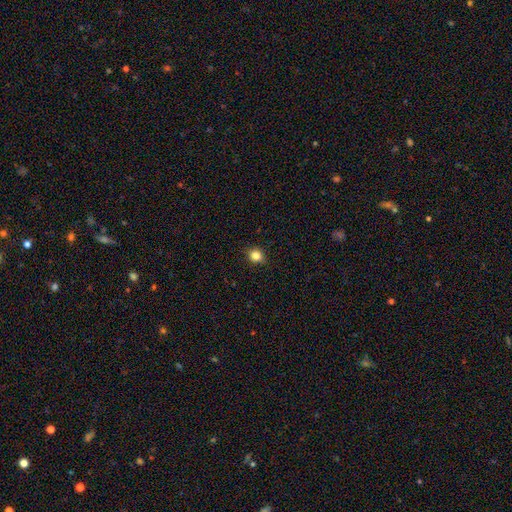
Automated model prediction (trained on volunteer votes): smooth 84%, star or artifact 11%, featured or disk 5%. Down the decision tree: how rounded — round (73%); merging — none (87%).